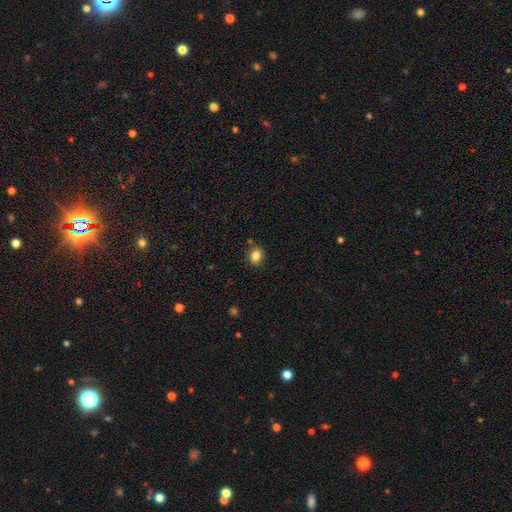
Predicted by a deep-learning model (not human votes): This appears to be a smooth galaxy with no disk features (84%) that is round (55%). Merging: none (84%).